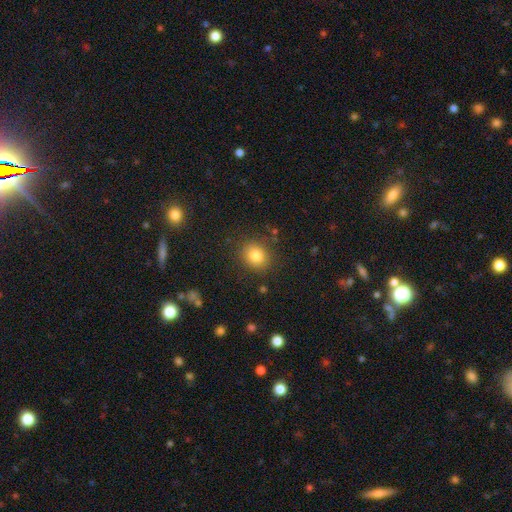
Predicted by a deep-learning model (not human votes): A smooth galaxy with no disk features (82%) that is round (71%). Merging: none (86%).